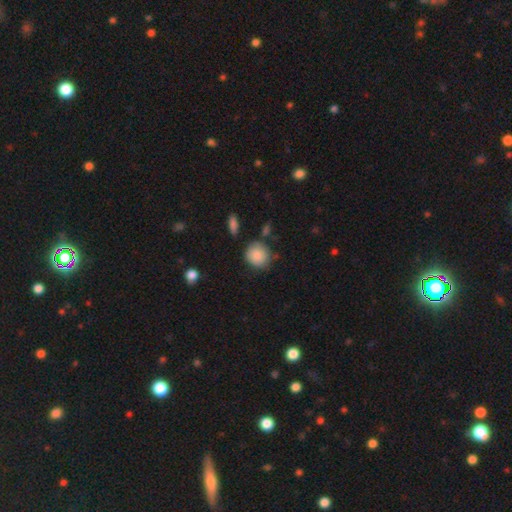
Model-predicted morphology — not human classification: Smooth or featured? smooth (87%)
How rounded? round (82%)
Merging? none (75%)